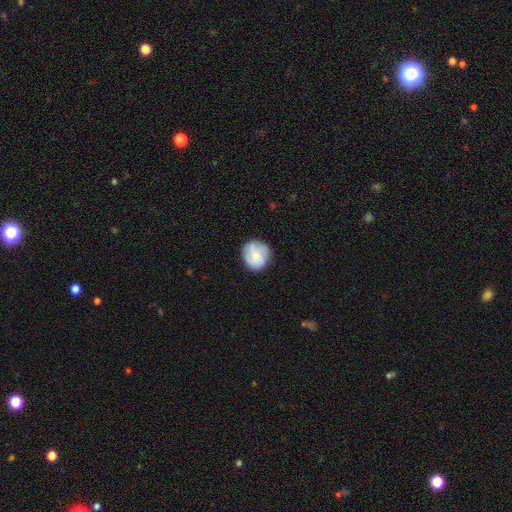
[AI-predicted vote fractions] Q: Smooth or featured?
A: smooth (53%); runner-up: featured or disk (40%)
Q: How rounded?
A: round (88%); runner-up: in between (11%)
Q: Merging?
A: none (79%); runner-up: minor disturbance (15%)